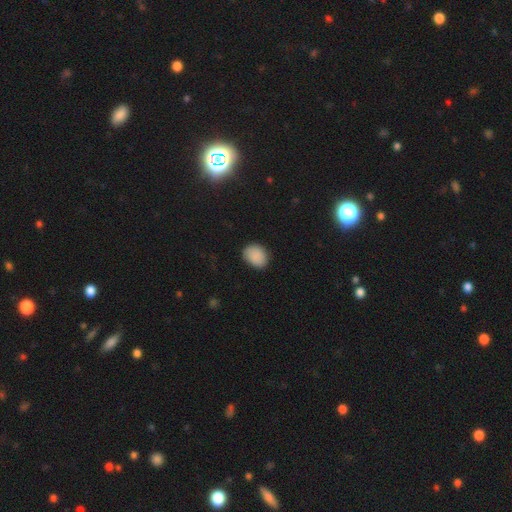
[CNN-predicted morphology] Q: Smooth or featured?
A: smooth (88%); runner-up: star or artifact (8%)
Q: How rounded?
A: in between (57%); runner-up: round (42%)
Q: Merging?
A: none (81%); runner-up: minor disturbance (15%)